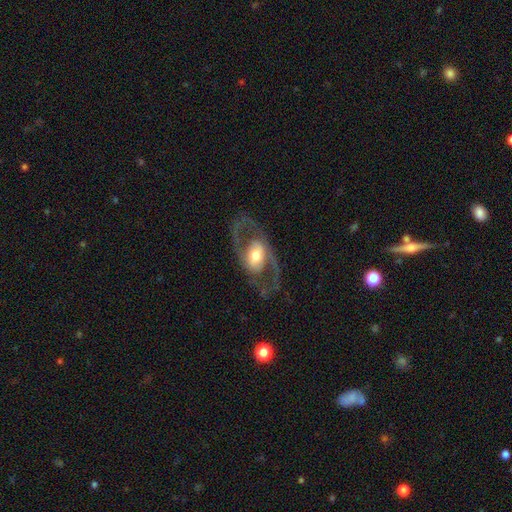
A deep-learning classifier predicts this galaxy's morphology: Smooth or featured?
  - featured or disk: 80% *
  - smooth: 15%
  - star or artifact: 5%
Edge-on disk?
  - no: 93% *
  - yes: 7%
Bar?
  - no: 45% *
  - weak: 34%
  - strong: 21%
Spiral arms?
  - yes: 74% *
  - no: 26%
Spiral winding?
  - medium: 53% *
  - loose: 31%
  - tight: 16%
Spiral arm count?
  - 2: 88% *
  - can't tell: 6%
  - 1: 3%
  - 3: 1%
  - 4: 1%
  - more than 4: 1%
Bulge size?
  - moderate: 63% *
  - large: 23%
  - small: 11%
  - dominant: 2%
  - none: 1%
Merging?
  - none: 74% *
  - major disturbance: 13%
  - minor disturbance: 12%
  - merger: 1%